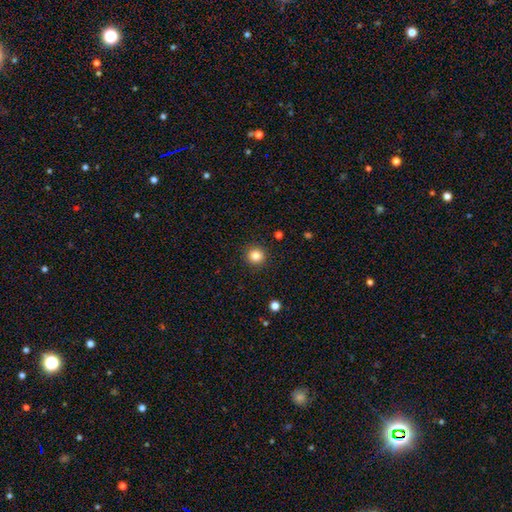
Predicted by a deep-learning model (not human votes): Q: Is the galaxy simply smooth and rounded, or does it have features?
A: smooth — 84%.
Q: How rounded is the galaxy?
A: round — 94%.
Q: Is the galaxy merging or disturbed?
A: none — 92%.